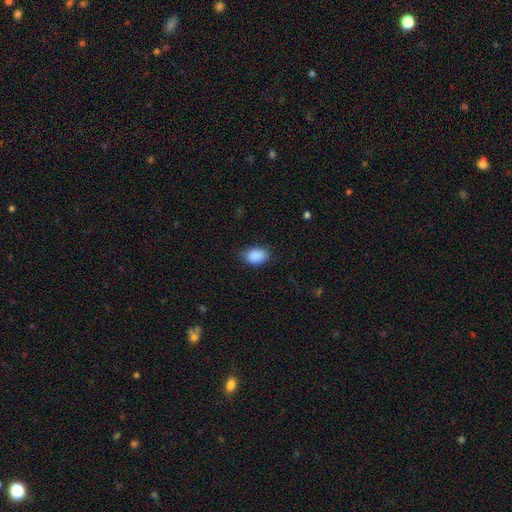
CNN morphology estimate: smooth 90%, star or artifact 7%, featured or disk 3%. Down the decision tree: how rounded — in between (82%); merging — none (76%).